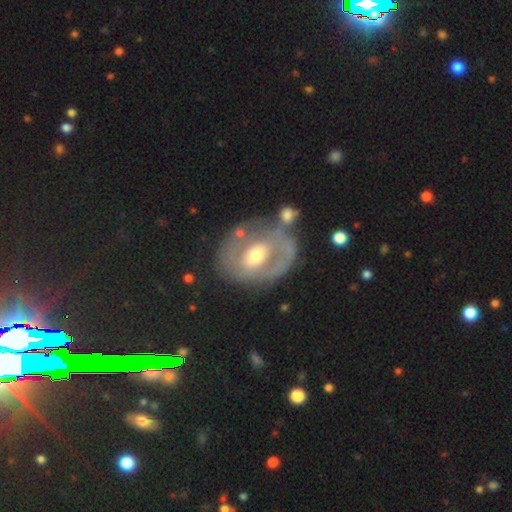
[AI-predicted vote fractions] Smooth or featured?
  - featured or disk: 68% *
  - smooth: 26%
  - star or artifact: 6%
Edge-on disk?
  - no: 96% *
  - yes: 4%
Bar?
  - no: 51% *
  - weak: 34%
  - strong: 15%
Spiral arms?
  - no: 51% *
  - yes: 49%
Bulge size?
  - moderate: 64% *
  - small: 26%
  - large: 7%
  - none: 1%
  - dominant: 1%
Merging?
  - none: 55% *
  - minor disturbance: 20%
  - major disturbance: 14%
  - merger: 11%